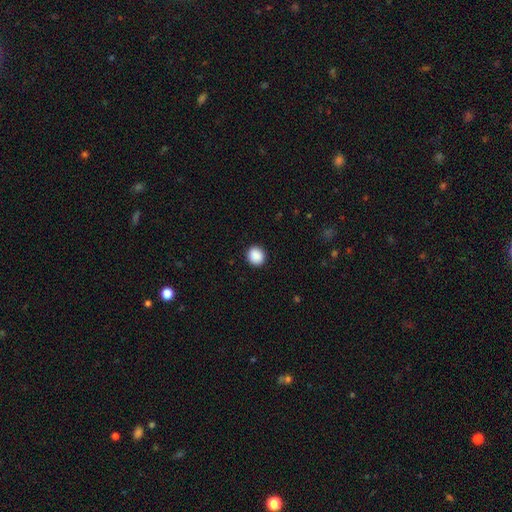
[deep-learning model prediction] Smooth or featured? Predicted: smooth (p=0.90). How rounded? Predicted: round (p=0.85). Merging? Predicted: none (p=0.92).